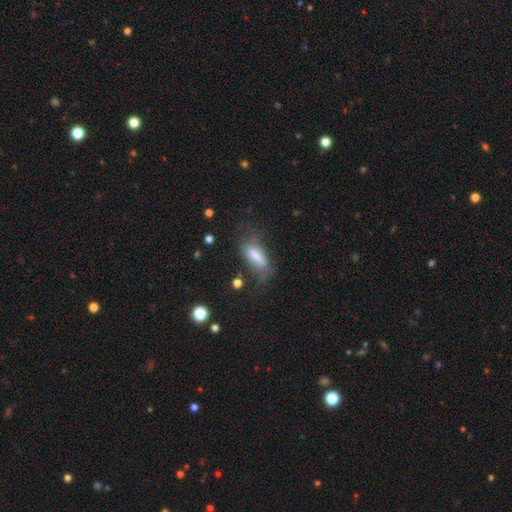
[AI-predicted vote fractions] smooth-or-featured: smooth: 70% | featured or disk: 20% | star or artifact: 9%
  how-rounded: in between: 65% | cigar-shaped: 32% | round: 3%
  merging: none: 43% | minor disturbance: 29% | major disturbance: 25% | merger: 4%